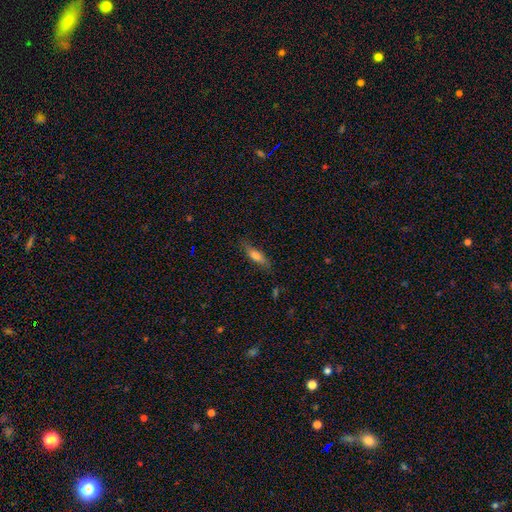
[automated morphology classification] Smooth or featured? smooth (71%)
How rounded? cigar-shaped (50%)
Merging? none (74%)